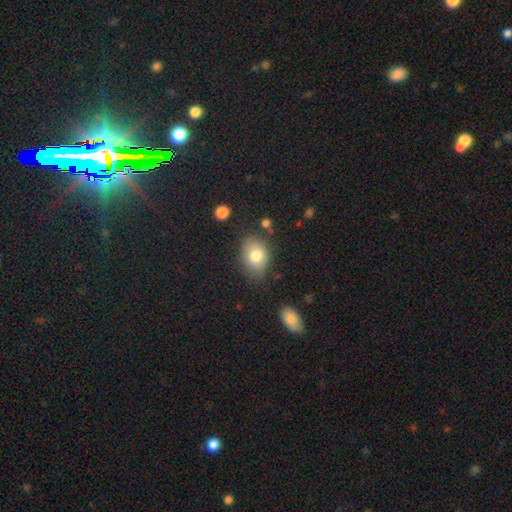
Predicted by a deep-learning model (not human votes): A smooth galaxy with no disk features (79%) that is in between round and cigar-shaped (71%).

Vote fractions:
- Smooth or featured? smooth: 79% / featured or disk: 12% / star or artifact: 9%
- How rounded? in between: 71% / round: 28% / cigar-shaped: 1%
- Merging? none: 75% / minor disturbance: 18% / major disturbance: 4% / merger: 3%